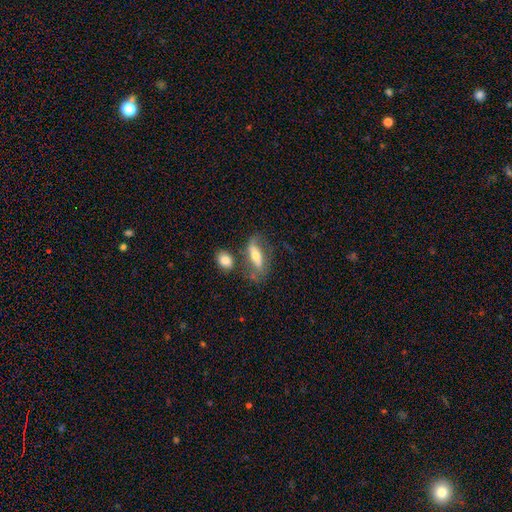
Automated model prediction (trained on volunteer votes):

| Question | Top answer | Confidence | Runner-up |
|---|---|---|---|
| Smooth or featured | featured or disk | 46% | tied: smooth (46%) |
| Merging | none | 51% | minor disturbance (21%) |